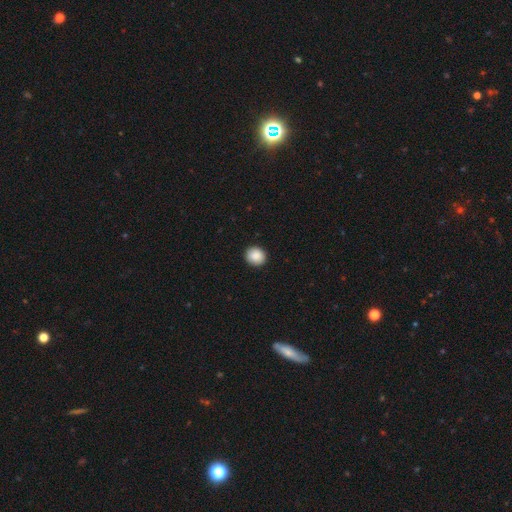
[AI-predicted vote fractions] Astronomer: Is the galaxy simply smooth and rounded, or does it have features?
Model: smooth — 89%.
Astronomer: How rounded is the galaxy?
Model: round — 85%.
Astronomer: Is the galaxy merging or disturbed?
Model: none — 92%.